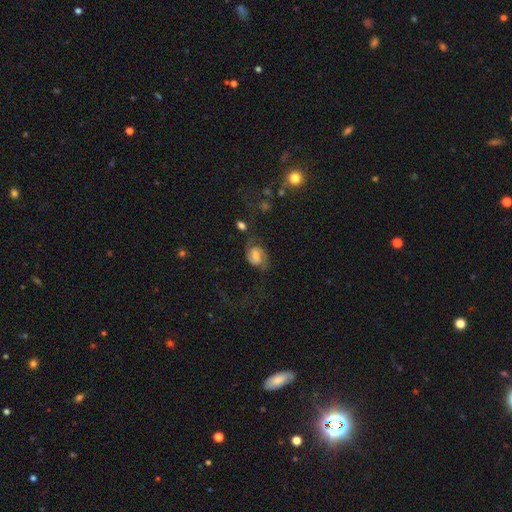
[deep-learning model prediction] A featured or disk galaxy (53%) with a weak bar (47%), spiral arms (87%) and a moderate central bulge (42%).

Vote fractions:
- Smooth or featured? featured or disk: 53% / smooth: 36% / star or artifact: 11%
- Edge-on disk? no: 97% / yes: 3%
- Bar? weak: 47% / no: 41% / strong: 12%
- Spiral arms? yes: 87% / no: 13%
- Bulge size? moderate: 42% / small: 28% / large: 15% / none: 12% / dominant: 3%
- Merging? none: 50% / major disturbance: 25% / minor disturbance: 21% / merger: 5%